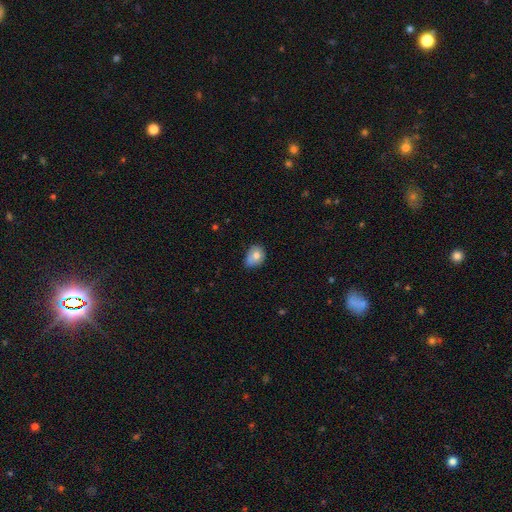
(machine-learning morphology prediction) Overall: smooth (75%). How rounded: in between (60%; round 39%). Merging: none (47%; minor disturbance 41%).